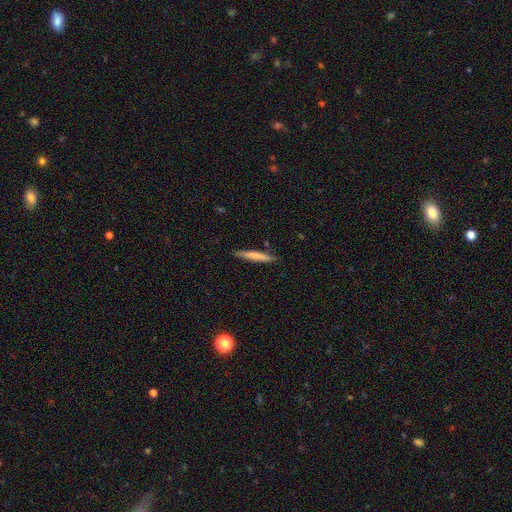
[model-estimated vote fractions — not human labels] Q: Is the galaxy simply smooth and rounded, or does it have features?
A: smooth — 74%.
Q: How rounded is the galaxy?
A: cigar-shaped — 94%.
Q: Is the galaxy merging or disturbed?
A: none — 85%.